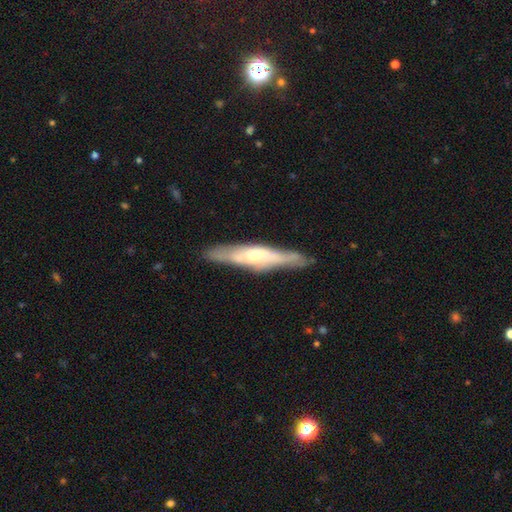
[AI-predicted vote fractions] smooth_or_featured: featured or disk (p=0.61) [alt: smooth p=0.34]
disk_edge_on: yes (p=0.76) [alt: no p=0.24]
merging: none (p=0.78) [alt: minor disturbance p=0.16]